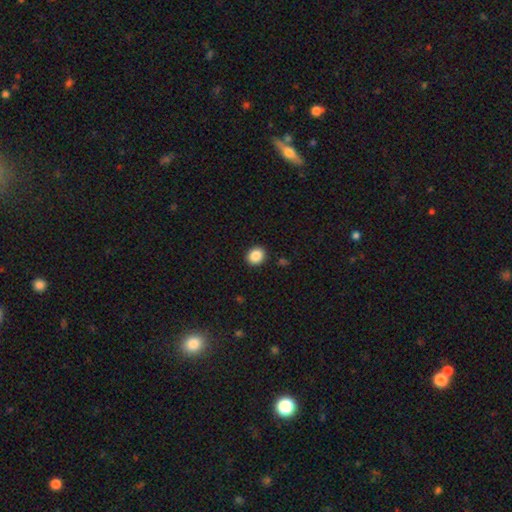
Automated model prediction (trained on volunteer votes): Smooth or featured? Predicted: smooth (p=0.88). How rounded? Predicted: round (p=0.68). Merging? Predicted: none (p=0.91).